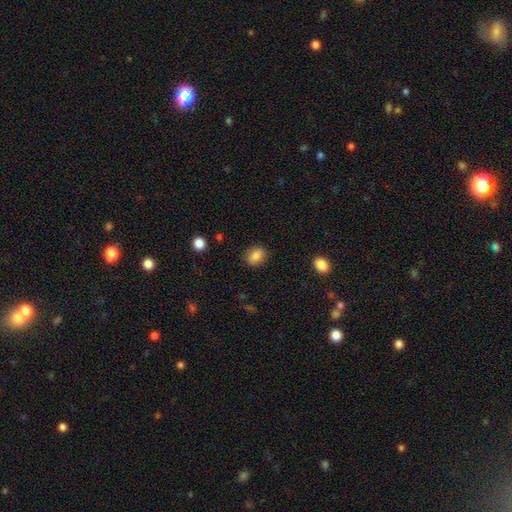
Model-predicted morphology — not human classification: A smooth galaxy with no disk features (85%) that is in between round and cigar-shaped (50%). Merging: none (88%).